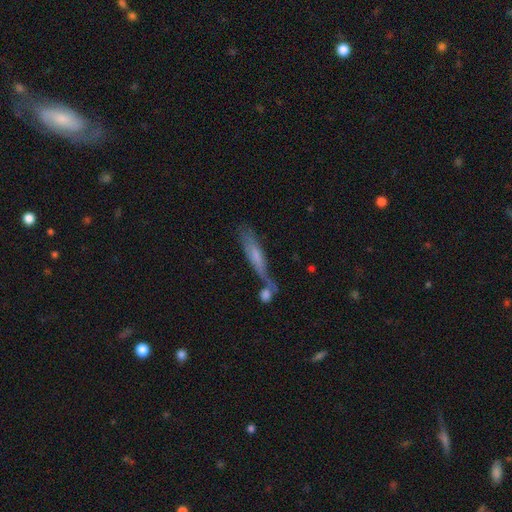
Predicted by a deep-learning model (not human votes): Smooth or featured? Predicted: smooth (p=0.50). How rounded? Predicted: cigar-shaped (p=0.82). Merging? Predicted: none (p=0.52).